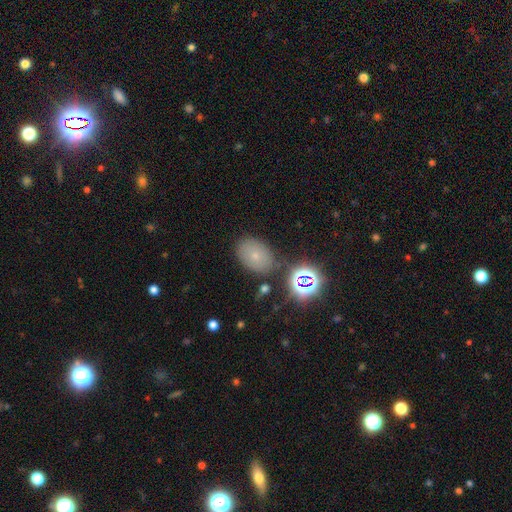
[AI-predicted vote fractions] This appears to be a smooth galaxy with no disk features (64%) that is in between round and cigar-shaped (76%). Merging: none (79%).